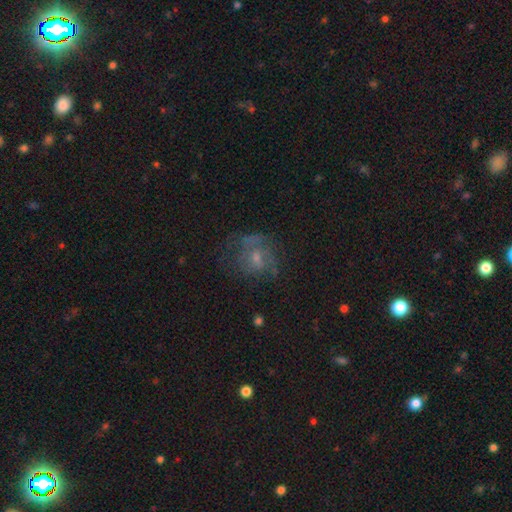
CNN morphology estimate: Smooth or featured: featured or disk — 54% (smooth — 28%)
Edge-on disk: no — 97% (yes — 3%)
Bar: no — 67% (weak — 28%)
Spiral arms: yes — 70% (no — 30%)
Bulge size: small — 48% (moderate — 38%)
Merging: none — 58% (minor disturbance — 20%)